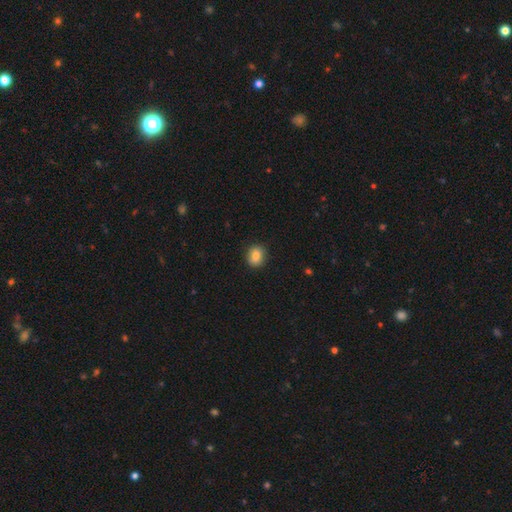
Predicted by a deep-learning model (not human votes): Smooth or featured? smooth (84%)
How rounded? round (60%)
Merging? none (87%)